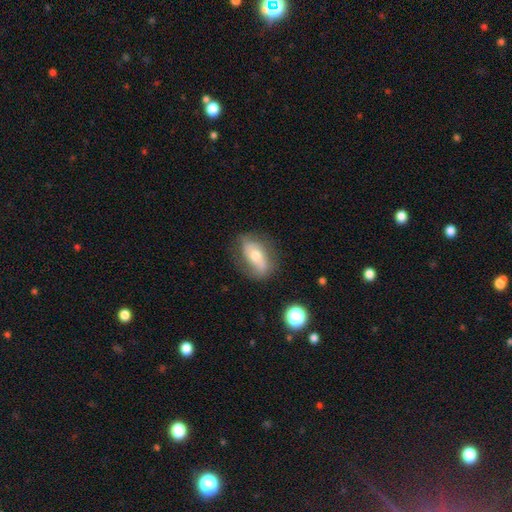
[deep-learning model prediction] A featured or disk galaxy (54%). Merging: none (71%).